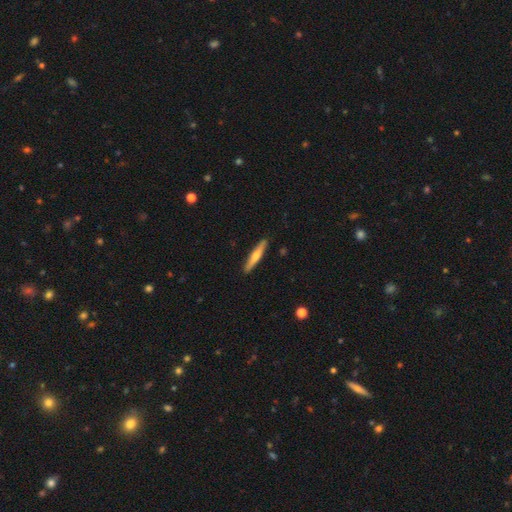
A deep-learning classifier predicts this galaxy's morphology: The model was most divided on "smooth or featured": featured or disk: 50%, smooth: 45%, star or artifact: 5%. More confident: edge-on disk — yes (95%); merging — none (91%).